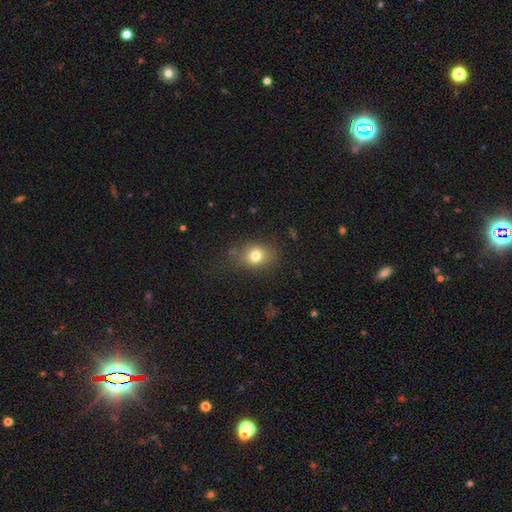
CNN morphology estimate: This is likely a smooth galaxy (78%). How rounded: possibly in between (50%). Merging: likely none (76%).